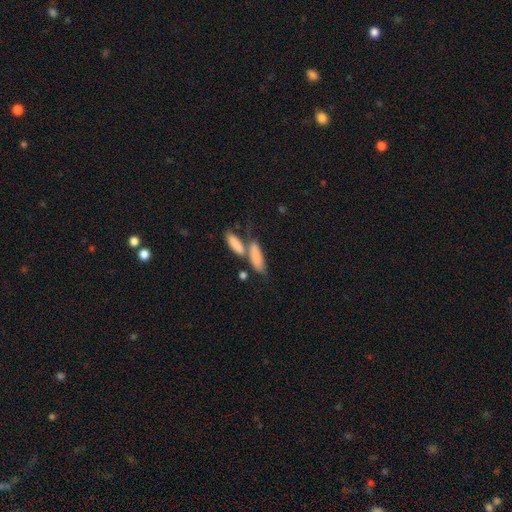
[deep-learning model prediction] This appears to be a smooth galaxy with no disk features (79%) that is in between round and cigar-shaped (55%). Merging: merger (49%).